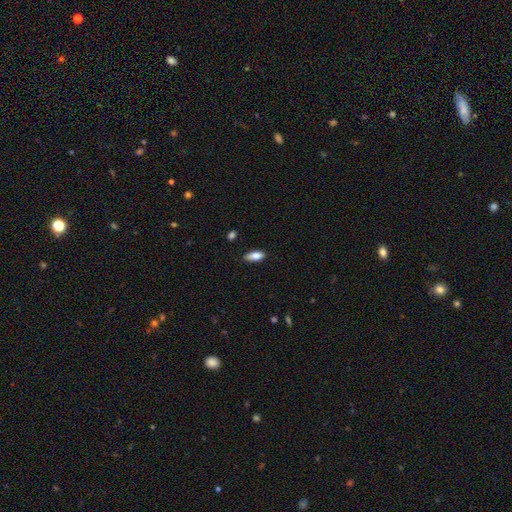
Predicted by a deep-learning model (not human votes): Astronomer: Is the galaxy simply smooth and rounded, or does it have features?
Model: smooth — 81%.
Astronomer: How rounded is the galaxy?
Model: in between — 81%.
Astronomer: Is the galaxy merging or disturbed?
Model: none — 81%.